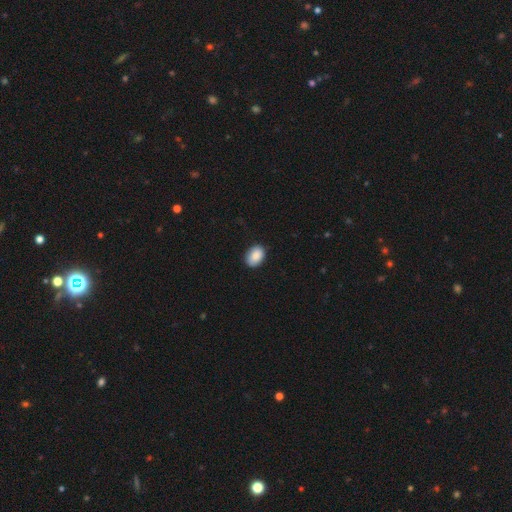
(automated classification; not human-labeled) smooth 89%, star or artifact 7%, featured or disk 4%. Down the decision tree: how rounded — in between (82%); merging — none (85%).